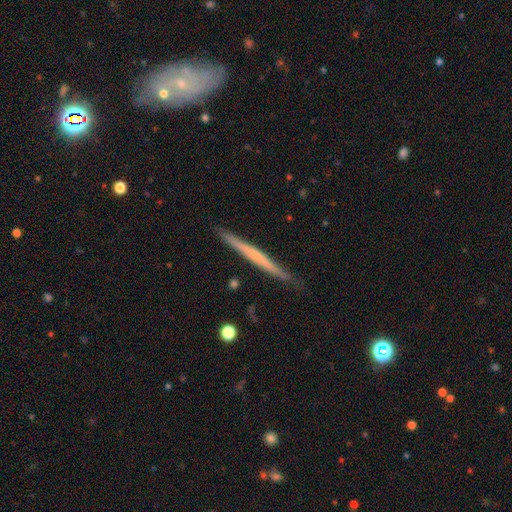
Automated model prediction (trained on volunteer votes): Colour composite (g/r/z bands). It shows a featured or disk galaxy (52%) viewed edge-on (97%) with no central bulge (85%). Merging: none (88%).